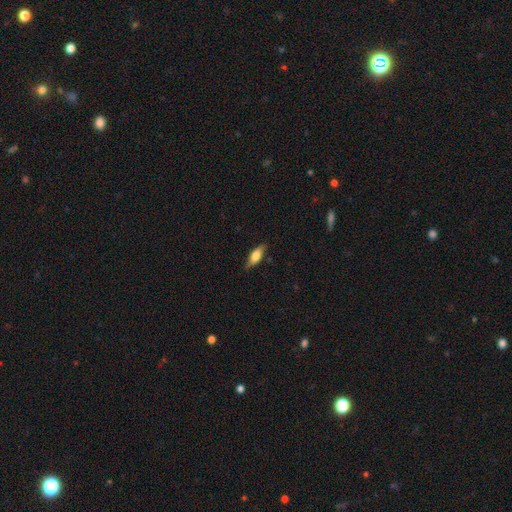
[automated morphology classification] Smooth or featured?
  - smooth: 65% *
  - featured or disk: 29%
  - star or artifact: 7%
How rounded?
  - in between: 68% *
  - cigar-shaped: 29%
  - round: 3%
Merging?
  - none: 81% *
  - minor disturbance: 15%
  - major disturbance: 3%
  - merger: 1%